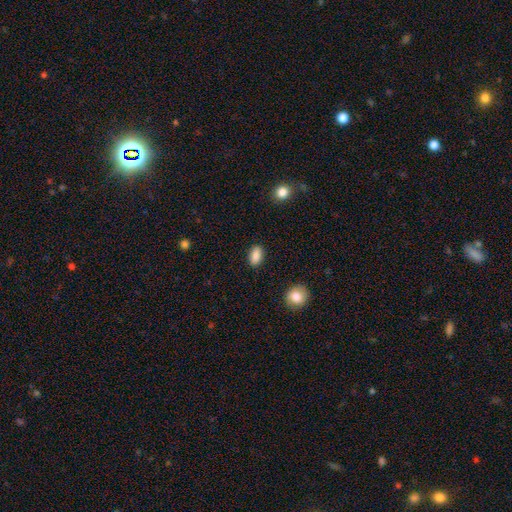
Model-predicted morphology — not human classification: smooth 87%, star or artifact 8%, featured or disk 4%. Down the decision tree: how rounded — in between (89%); merging — none (87%).